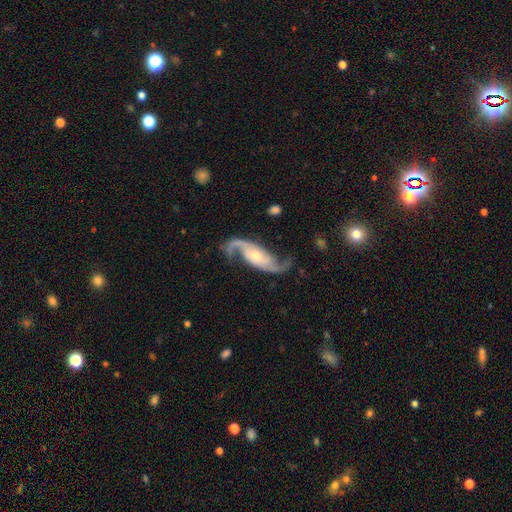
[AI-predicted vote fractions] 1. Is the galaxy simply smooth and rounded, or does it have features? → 92% featured or disk, 4% star or artifact, 4% smooth.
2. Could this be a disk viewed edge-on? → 96% no, 4% yes.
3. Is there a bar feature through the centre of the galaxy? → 56% no, 28% weak, 15% strong.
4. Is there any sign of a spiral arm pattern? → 98% yes, 2% no.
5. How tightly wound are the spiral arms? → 57% loose, 34% medium, 10% tight.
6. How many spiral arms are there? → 93% 2, 2% 1, 2% can't tell, 1% 3, 1% 4, 1% more than 4.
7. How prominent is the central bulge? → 48% small, 45% moderate, 4% large, 2% none, 1% dominant.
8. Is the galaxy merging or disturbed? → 74% none, 15% minor disturbance, 9% major disturbance, 2% merger.